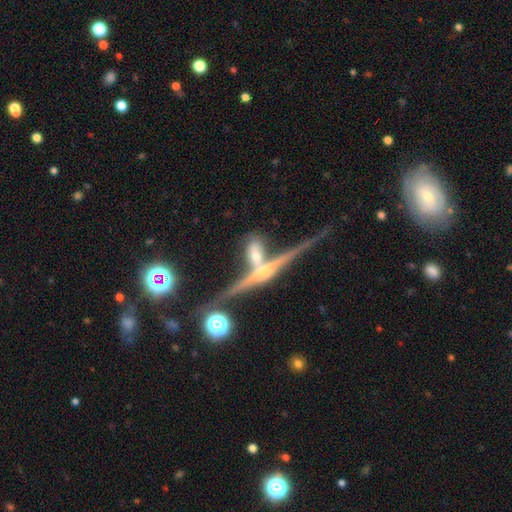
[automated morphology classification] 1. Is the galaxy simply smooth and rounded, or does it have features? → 70% featured or disk, 20% smooth, 10% star or artifact.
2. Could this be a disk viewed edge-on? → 93% yes, 7% no.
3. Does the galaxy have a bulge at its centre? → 84% rounded, 8% none, 7% boxy.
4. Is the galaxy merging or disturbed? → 60% none, 19% merger, 15% minor disturbance, 6% major disturbance.